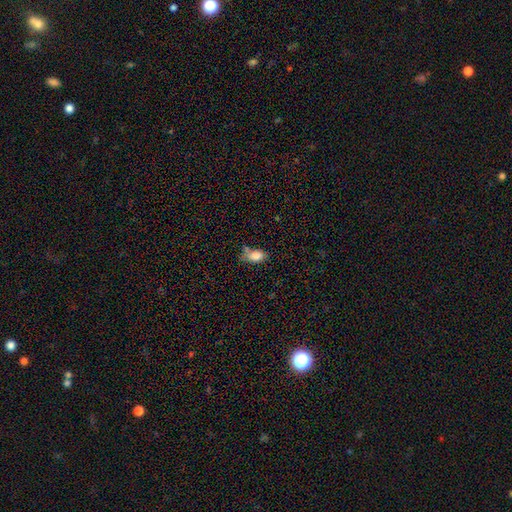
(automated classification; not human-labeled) This appears to be a smooth galaxy with no disk features (84%) that is in between round and cigar-shaped (89%). Merging: none (48%).